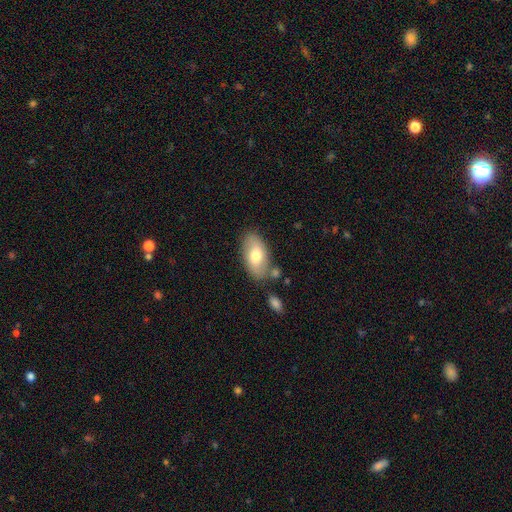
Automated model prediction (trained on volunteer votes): This is likely a smooth galaxy (66%). How rounded: clearly in between (93%). Merging: likely none (74%).